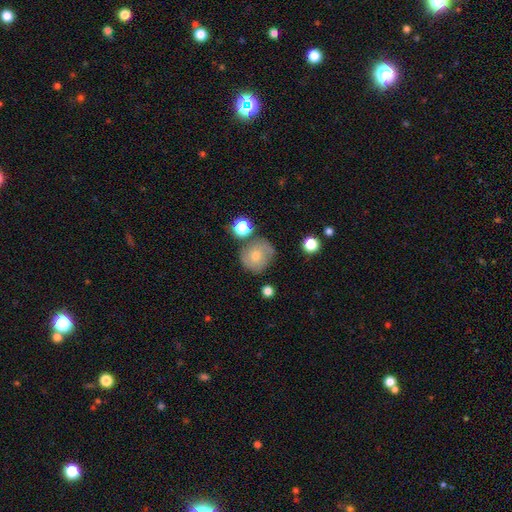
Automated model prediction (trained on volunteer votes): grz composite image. It shows a smooth galaxy with no disk features (47%). Merging: none (66%).